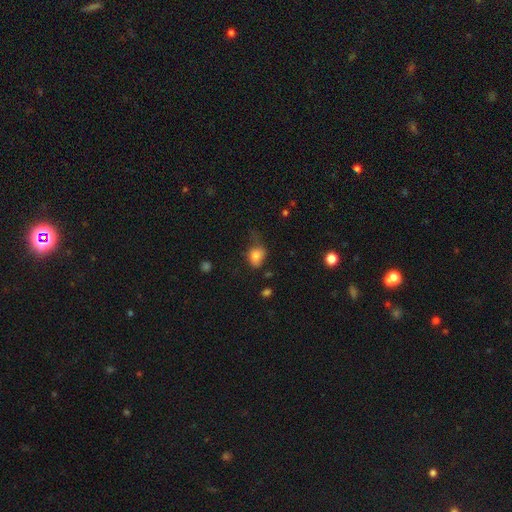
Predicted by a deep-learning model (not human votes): This appears to be a smooth galaxy with no disk features (80%) that is in between round and cigar-shaped (58%). Merging: none (38%).